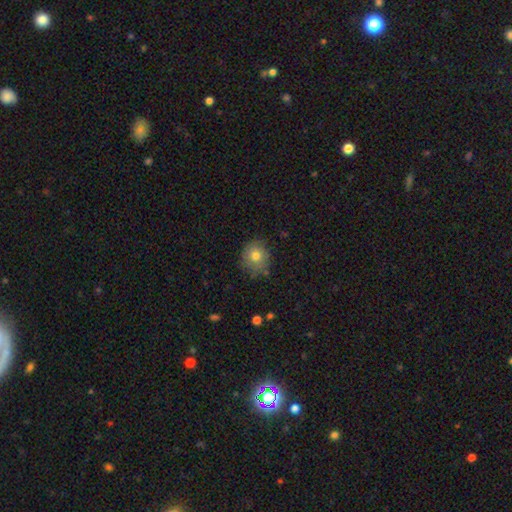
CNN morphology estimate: Q: Smooth or featured?
A: smooth (77%); runner-up: featured or disk (14%)
Q: How rounded?
A: round (83%); runner-up: in between (16%)
Q: Merging?
A: none (77%); runner-up: minor disturbance (17%)